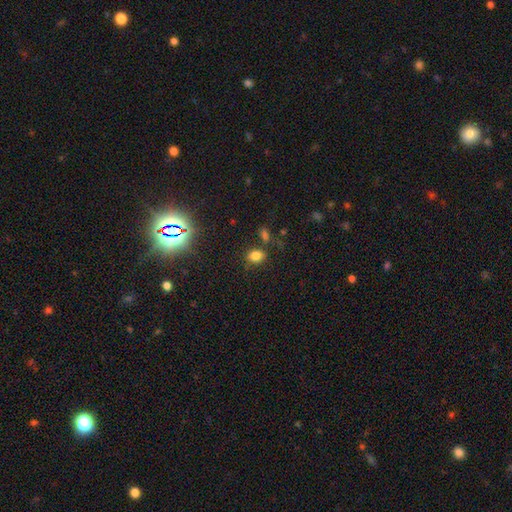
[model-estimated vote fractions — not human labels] Smooth or featured? smooth (78%)
How rounded? in between (61%)
Merging? none (74%)